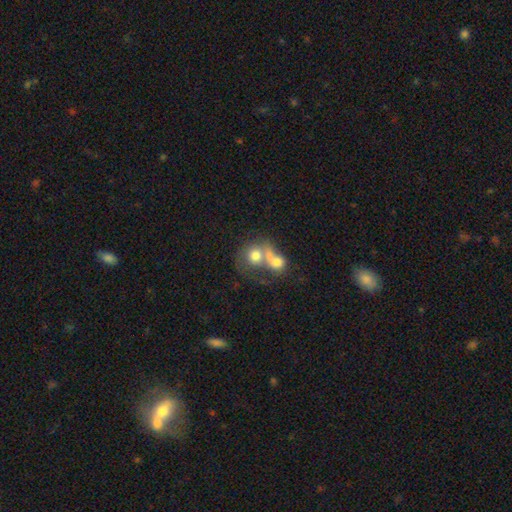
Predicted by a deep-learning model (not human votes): smooth_or_featured: smooth (p=0.58) [alt: featured or disk p=0.31]
how_rounded: round (p=0.66) [alt: in between p=0.32]
merging: merger (p=0.70) [alt: none p=0.17]